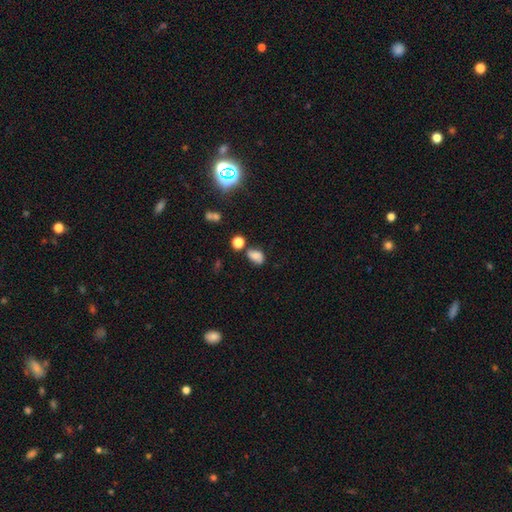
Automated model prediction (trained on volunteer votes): A smooth galaxy with no disk features (70%) that is in between round and cigar-shaped (79%).

Vote fractions:
- Smooth or featured? smooth: 70% / featured or disk: 15% / star or artifact: 14%
- How rounded? in between: 79% / round: 19% / cigar-shaped: 2%
- Merging? none: 52% / minor disturbance: 26% / merger: 14% / major disturbance: 9%